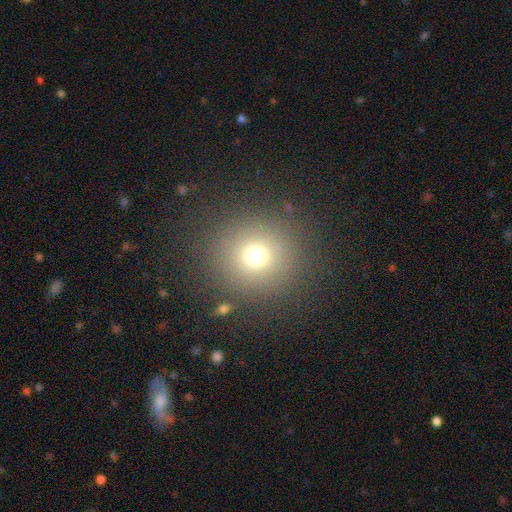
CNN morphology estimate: Q: Smooth or featured?
A: smooth (71%); runner-up: star or artifact (19%)
Q: How rounded?
A: round (93%); runner-up: in between (6%)
Q: Merging?
A: none (86%); runner-up: minor disturbance (7%)